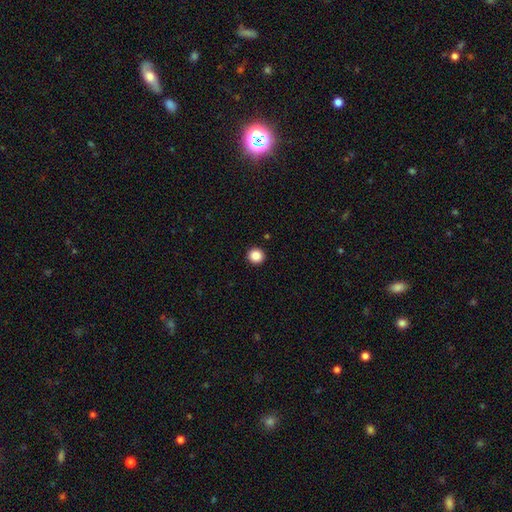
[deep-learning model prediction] The model was most divided on "smooth or featured": smooth: 87%, star or artifact: 10%, featured or disk: 3%. More confident: how rounded — round (95%); merging — none (93%).